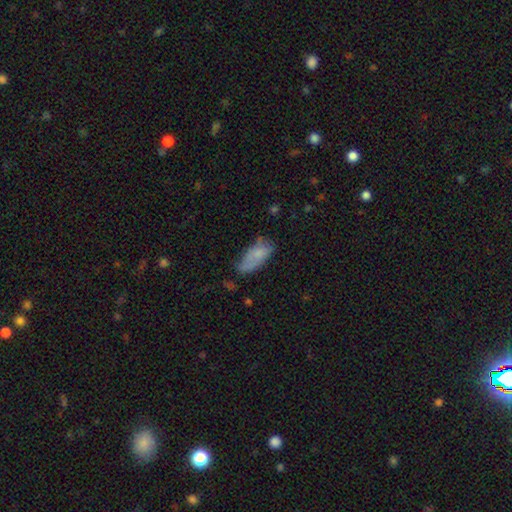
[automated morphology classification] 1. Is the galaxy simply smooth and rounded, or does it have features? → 72% smooth, 20% featured or disk, 8% star or artifact.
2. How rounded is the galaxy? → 84% in between, 14% cigar-shaped, 3% round.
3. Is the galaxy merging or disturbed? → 41% none, 36% minor disturbance, 17% major disturbance, 6% merger.